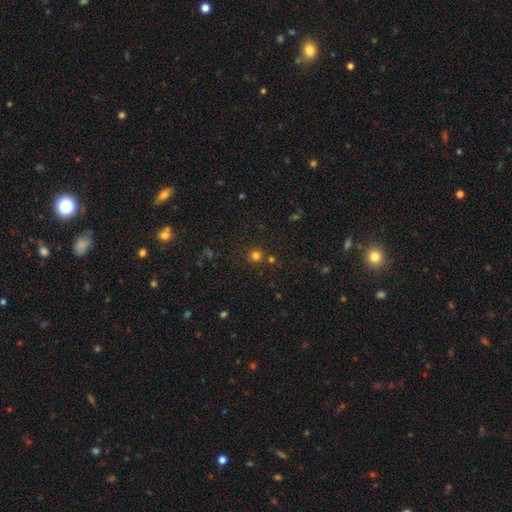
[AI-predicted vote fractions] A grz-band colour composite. It shows a smooth galaxy with no disk features (74%) that is round (93%). Merging: none (79%).